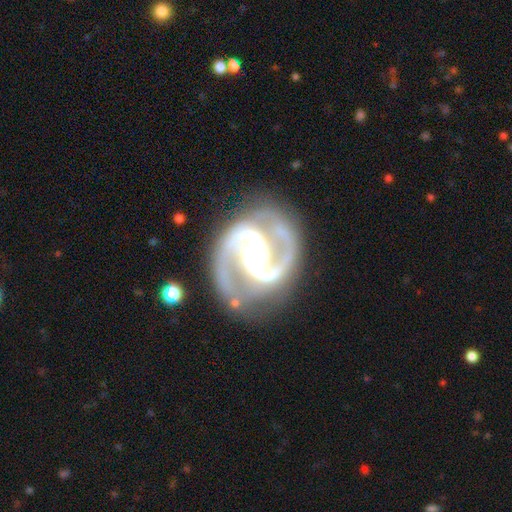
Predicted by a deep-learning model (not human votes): Q: Smooth or featured?
A: featured or disk (94%); runner-up: star or artifact (4%)
Q: Edge-on disk?
A: no (98%); runner-up: yes (2%)
Q: Bar?
A: strong (41%); runner-up: weak (37%)
Q: Spiral arms?
A: yes (99%); runner-up: no (1%)
Q: Spiral winding?
A: medium (68%); runner-up: loose (17%)
Q: Spiral arm count?
A: 2 (93%); runner-up: 3 (2%)
Q: Bulge size?
A: moderate (56%); runner-up: small (29%)
Q: Merging?
A: none (79%); runner-up: minor disturbance (13%)